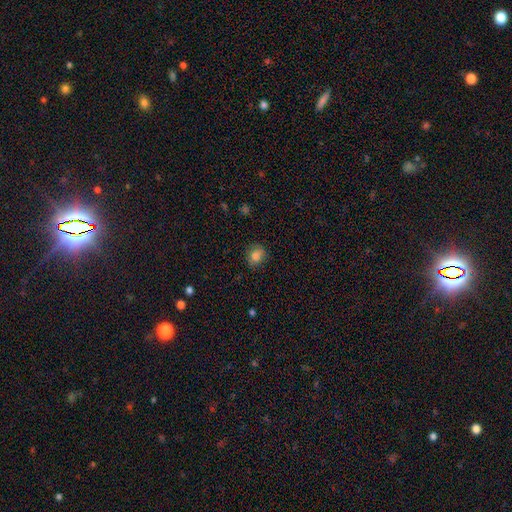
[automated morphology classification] smooth-or-featured: smooth: 81% | star or artifact: 10% | featured or disk: 8%
  how-rounded: round: 64% | in between: 35% | cigar-shaped: 1%
  merging: none: 83% | minor disturbance: 13% | major disturbance: 3% | merger: 1%